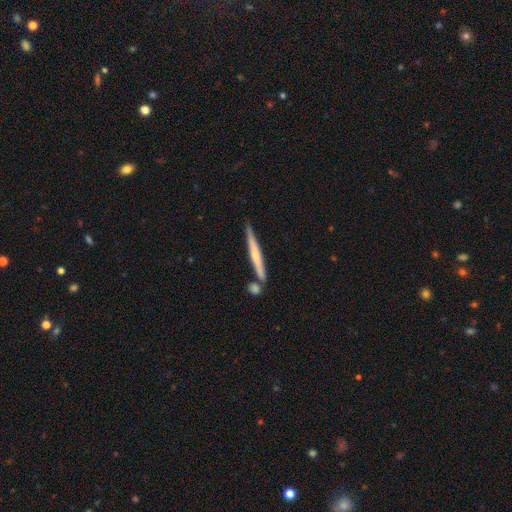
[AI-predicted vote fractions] Overall: featured or disk (55%; smooth 40%). Edge-on disk: yes (96%). Edge-on bulge: rounded (49%; none 43%). Merging: none (74%).